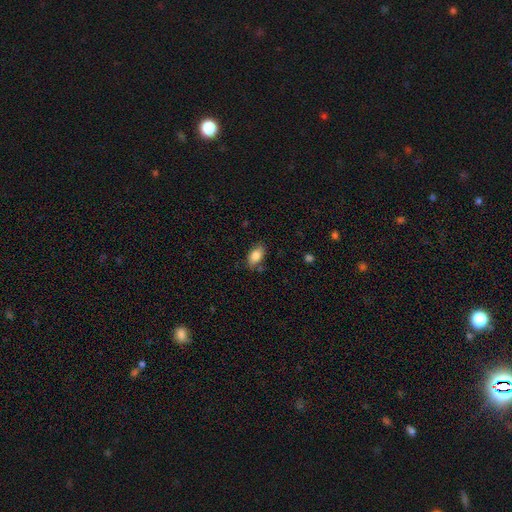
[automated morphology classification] Smooth or featured? smooth (84%)
How rounded? in between (91%)
Merging? none (78%)